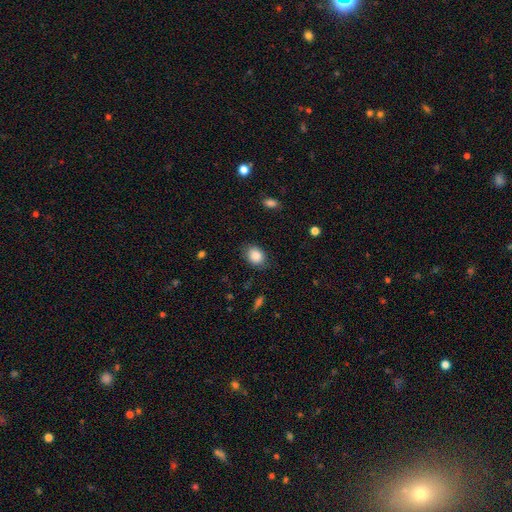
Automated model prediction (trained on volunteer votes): The model was most divided on "how rounded": in between: 59%, round: 40%, cigar-shaped: 1%. More confident: smooth or featured — smooth (87%); merging — none (81%).